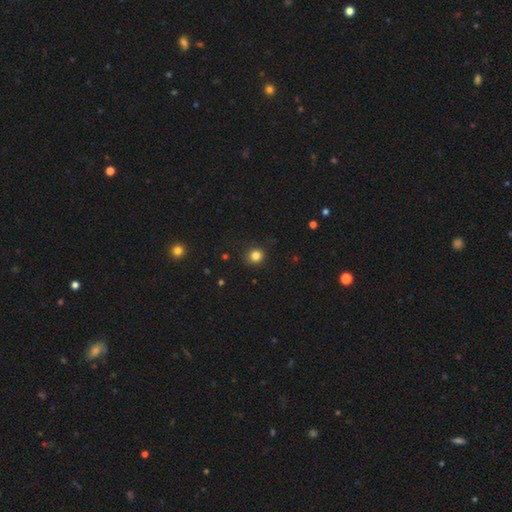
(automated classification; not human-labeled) The model was most divided on "smooth or featured": smooth: 83%, star or artifact: 12%, featured or disk: 5%. More confident: merging — none (88%); how rounded — round (86%).